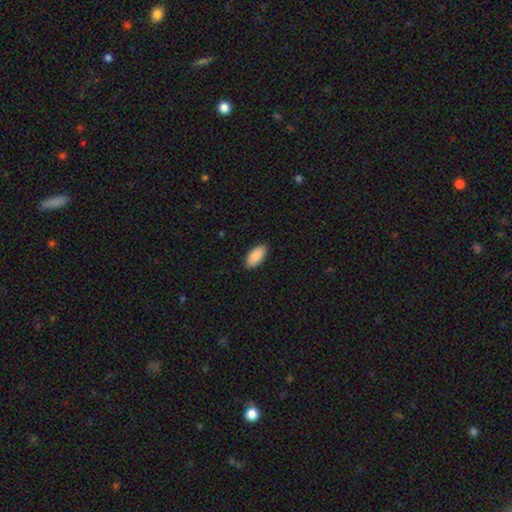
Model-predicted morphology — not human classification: This appears to be a smooth galaxy with no disk features (91%) that is in between round and cigar-shaped (93%). Merging: none (89%).